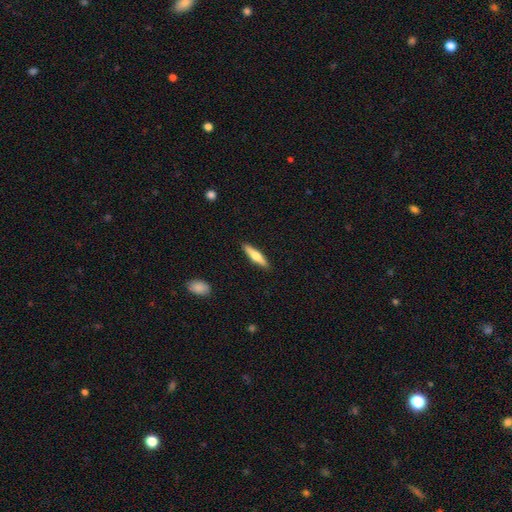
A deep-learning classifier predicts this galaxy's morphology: smooth-or-featured: smooth: 53% | featured or disk: 41% | star or artifact: 5%
  how-rounded: cigar-shaped: 82% | in between: 16% | round: 2%
  merging: none: 90% | minor disturbance: 7% | major disturbance: 2% | merger: 1%